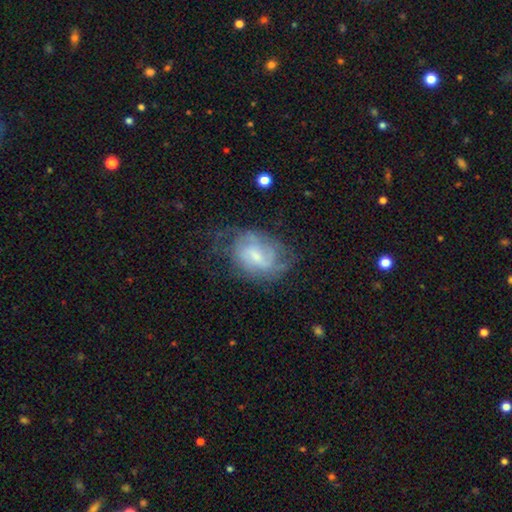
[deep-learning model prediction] Overall: featured or disk (69%). Edge-on disk: no (97%). Bar: weak (55%; no 31%). Spiral arms: yes (83%). Spiral arm count: can't tell (39%; 2 38%). Spiral winding: medium (42%; tight 39%). Bulge size: small (51%; moderate 33%). Merging: none (52%; minor disturbance 25%).